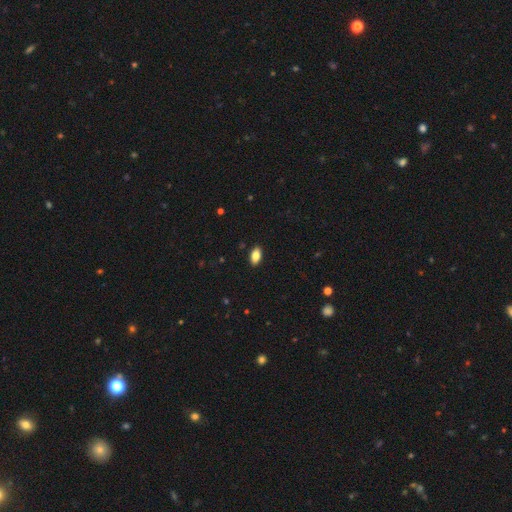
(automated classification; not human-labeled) Overall: smooth (84%). How rounded: in between (92%). Merging: none (90%).